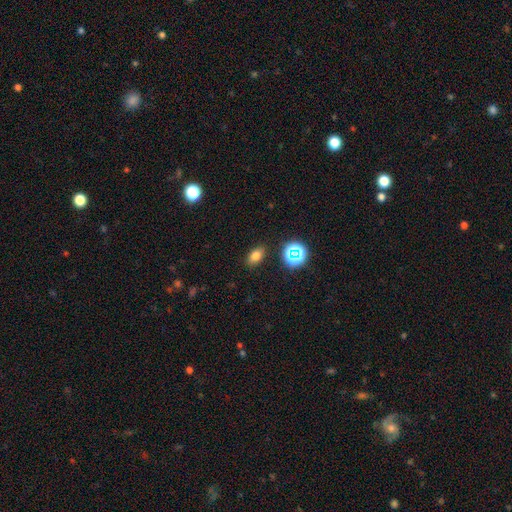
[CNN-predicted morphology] This is likely a smooth galaxy (73%). How rounded: clearly in between (82%). Merging: clearly none (87%).